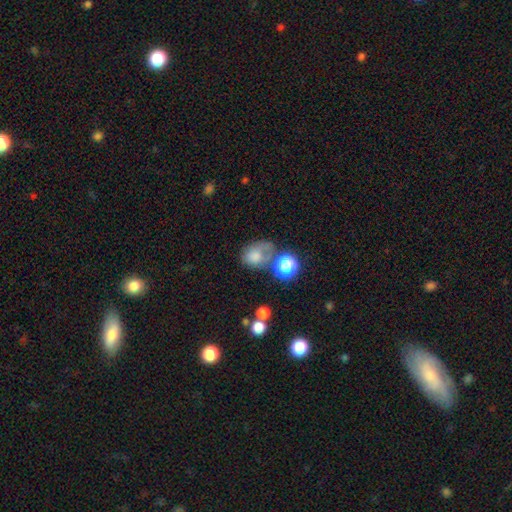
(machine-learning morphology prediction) type=smooth (70%); roundness=in between (62%); merging=none (35%).